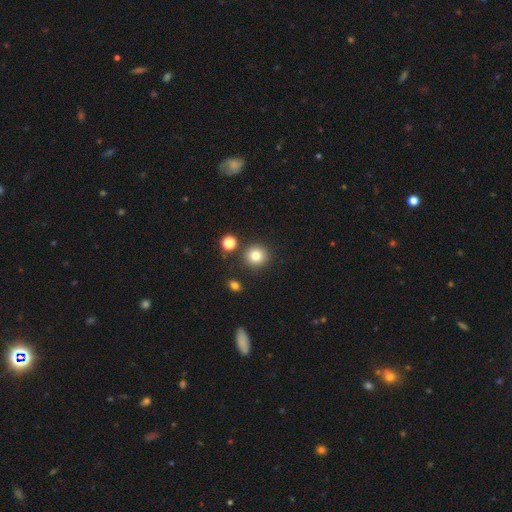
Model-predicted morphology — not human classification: A smooth galaxy with no disk features (82%) that is round (92%). Merging: none (86%).